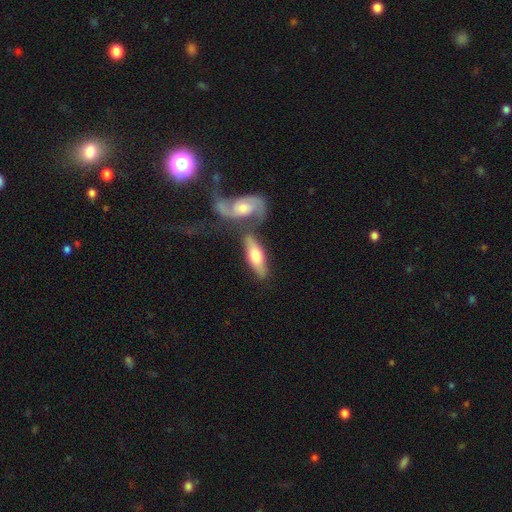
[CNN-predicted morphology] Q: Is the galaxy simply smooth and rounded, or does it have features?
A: smooth — 49%.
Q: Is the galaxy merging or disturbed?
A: none — 51%.